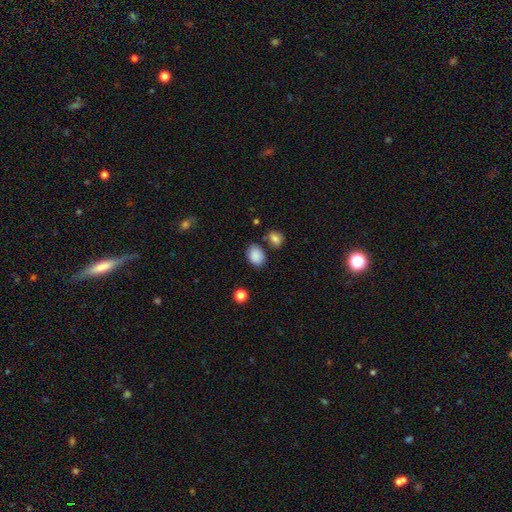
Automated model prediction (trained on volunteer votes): The model was most divided on "how rounded": in between: 73%, round: 26%, cigar-shaped: 1%. More confident: smooth or featured — smooth (87%); merging — none (71%).